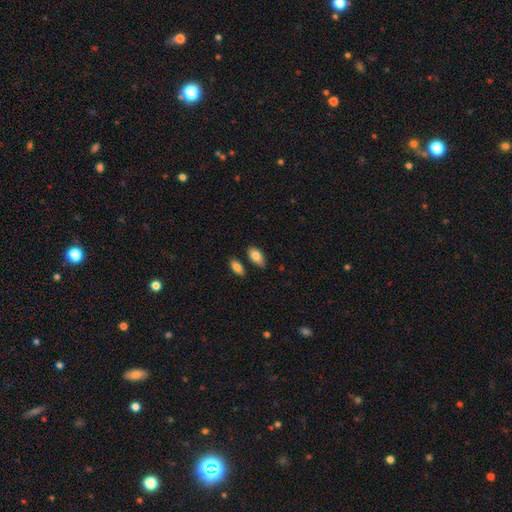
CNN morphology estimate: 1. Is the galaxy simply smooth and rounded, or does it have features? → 83% smooth, 10% featured or disk, 7% star or artifact.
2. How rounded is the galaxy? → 92% in between, 4% round, 4% cigar-shaped.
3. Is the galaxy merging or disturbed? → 72% none, 17% minor disturbance, 7% merger, 3% major disturbance.